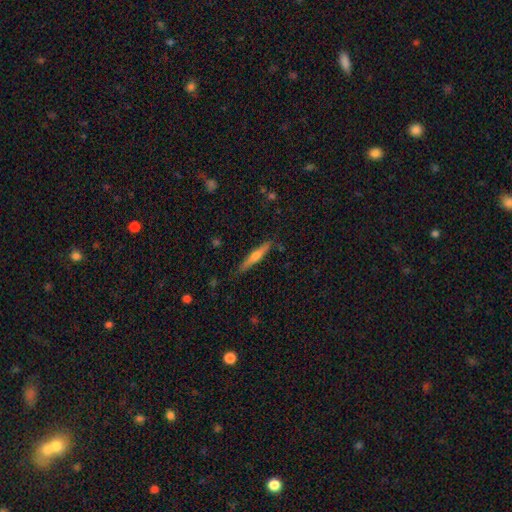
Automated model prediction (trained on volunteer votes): Overall: featured or disk (55%; smooth 40%). Edge-on disk: yes (96%). Edge-on bulge: rounded (85%). Merging: none (85%).